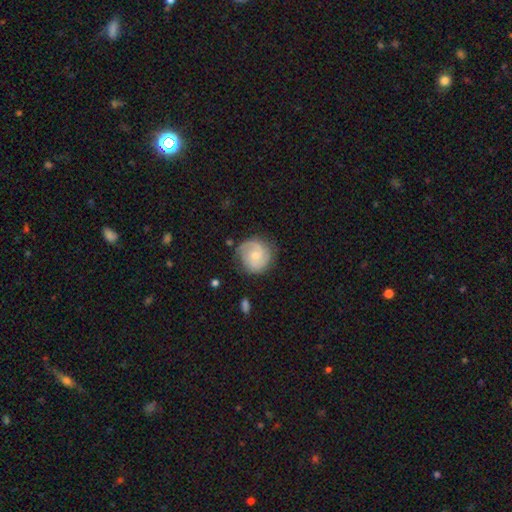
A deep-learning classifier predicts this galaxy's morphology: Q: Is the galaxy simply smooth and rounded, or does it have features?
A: featured or disk — 64%.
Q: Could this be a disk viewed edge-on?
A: no — 98%.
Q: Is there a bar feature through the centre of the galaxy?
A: no — 68%.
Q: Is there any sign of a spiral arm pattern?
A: yes — 90%.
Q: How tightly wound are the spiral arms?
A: tight — 48%.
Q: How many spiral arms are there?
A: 2 — 50%.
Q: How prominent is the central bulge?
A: small — 57%.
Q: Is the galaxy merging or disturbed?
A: none — 72%.